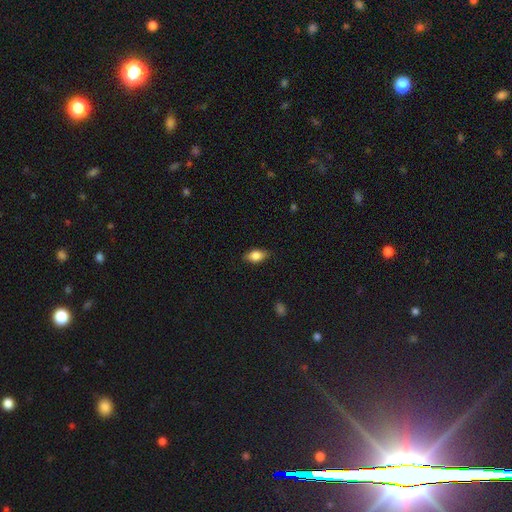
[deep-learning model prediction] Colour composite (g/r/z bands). It shows a smooth galaxy with no disk features (80%) that is in between round and cigar-shaped (86%). Merging: none (83%).